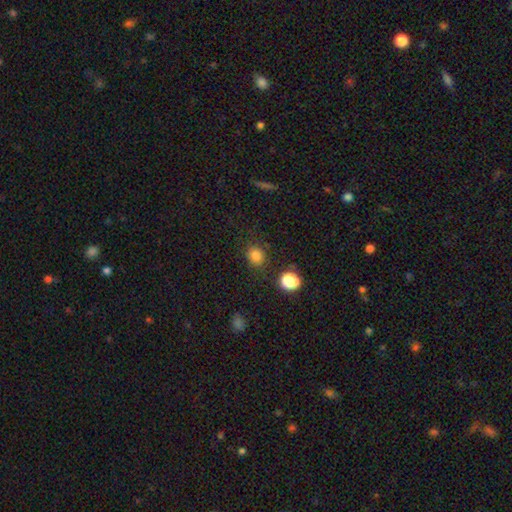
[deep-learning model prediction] Smooth or featured? Predicted: smooth (p=0.82). How rounded? Predicted: round (p=0.73). Merging? Predicted: none (p=0.82).